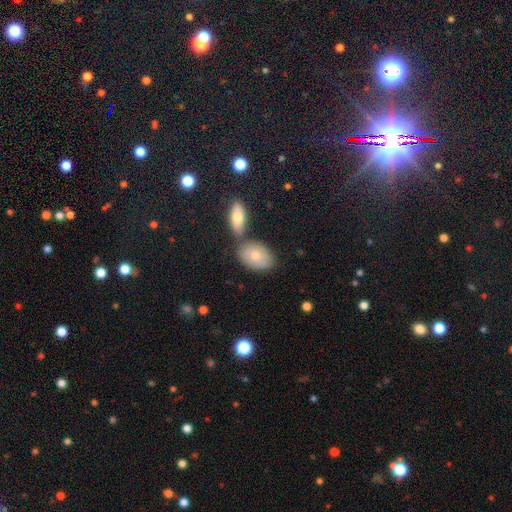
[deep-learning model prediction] A smooth galaxy with no disk features (73%) that is in between round and cigar-shaped (86%). Merging: none (54%).